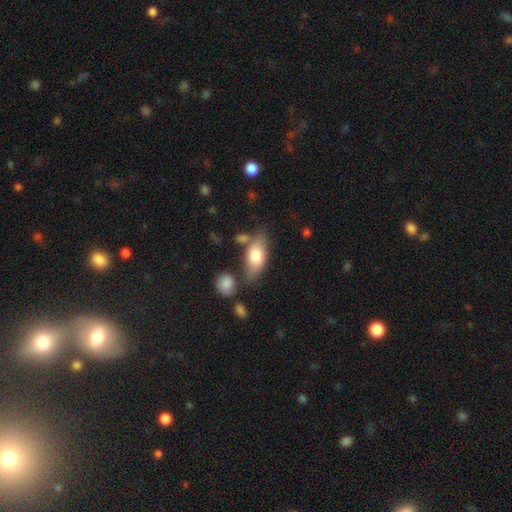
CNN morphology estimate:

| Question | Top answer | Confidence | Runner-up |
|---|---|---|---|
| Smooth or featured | smooth | 70% | featured or disk (23%) |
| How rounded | in between | 86% | cigar-shaped (10%) |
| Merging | none | 61% | minor disturbance (21%) |